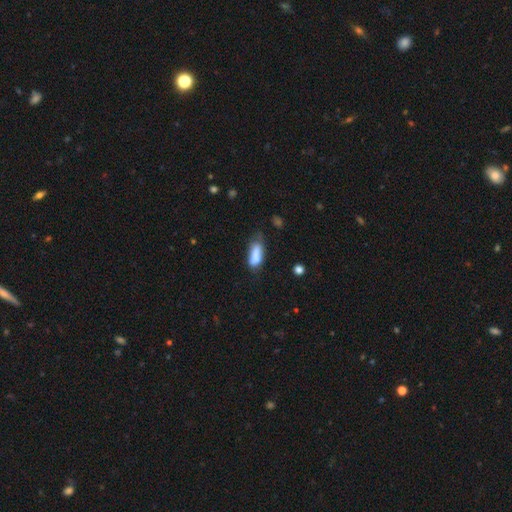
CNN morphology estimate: smooth_or_featured: smooth (p=0.76) [alt: featured or disk p=0.16]
how_rounded: in between (p=0.68) [alt: cigar-shaped p=0.29]
merging: none (p=0.39) [alt: minor disturbance p=0.32]